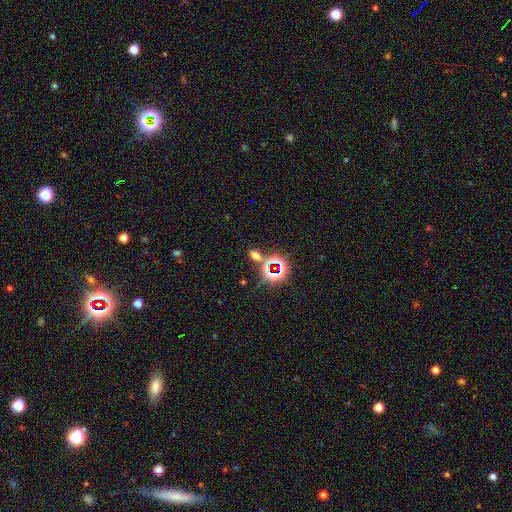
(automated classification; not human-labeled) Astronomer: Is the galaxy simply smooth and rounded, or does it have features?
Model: star or artifact — 46% (runner-up: smooth, 45%).